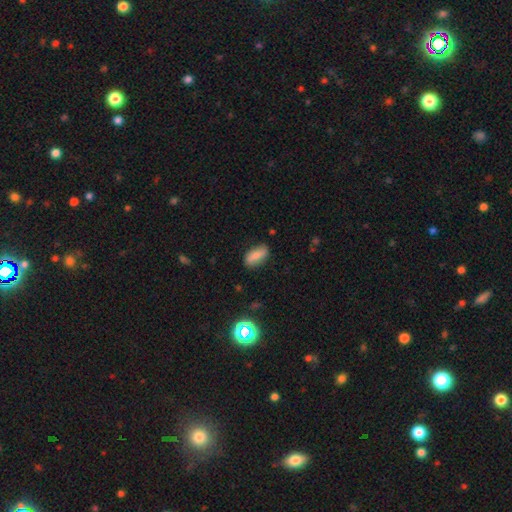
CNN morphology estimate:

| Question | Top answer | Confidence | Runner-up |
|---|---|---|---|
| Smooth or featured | smooth | 79% | featured or disk (13%) |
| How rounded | in between | 83% | cigar-shaped (13%) |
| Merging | none | 81% | minor disturbance (14%) |